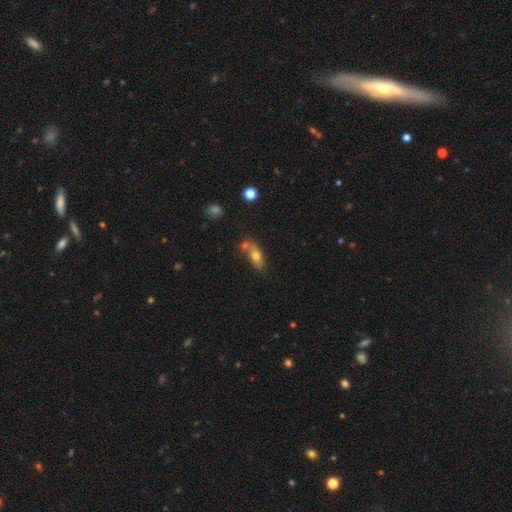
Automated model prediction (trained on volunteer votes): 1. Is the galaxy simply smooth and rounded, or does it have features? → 70% smooth, 21% featured or disk, 9% star or artifact.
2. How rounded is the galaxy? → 74% in between, 18% cigar-shaped, 7% round.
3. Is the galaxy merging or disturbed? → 50% none, 31% merger, 15% minor disturbance, 5% major disturbance.